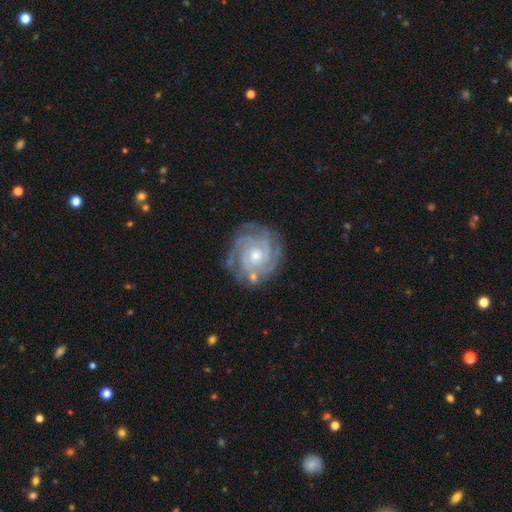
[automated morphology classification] The model was most divided on "spiral arm count": 3: 32%, 4: 24%, can't tell: 18%, 2: 14%, more than 4: 7%, 1: 6%. More confident: edge-on disk — no (98%); spiral arms — yes (98%); smooth or featured — featured or disk (90%); spiral winding — tight (78%); merging — none (77%); bar — no (72%); bulge size — moderate (55%).